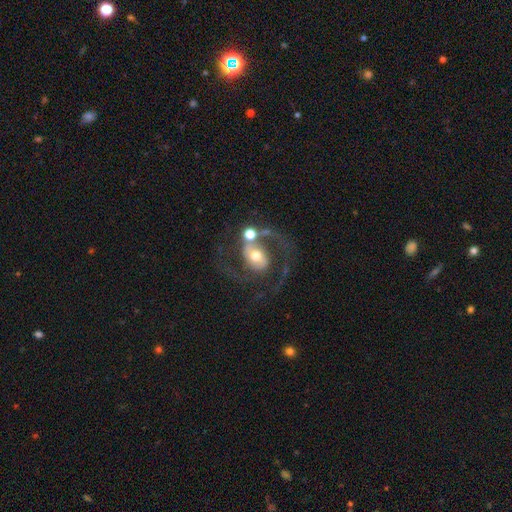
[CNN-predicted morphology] Q: Smooth or featured?
A: featured or disk (76%); runner-up: smooth (17%)
Q: Edge-on disk?
A: no (97%); runner-up: yes (3%)
Q: Bar?
A: no (49%); runner-up: weak (33%)
Q: Spiral arms?
A: yes (87%); runner-up: no (13%)
Q: Spiral winding?
A: medium (48%); runner-up: loose (39%)
Q: Spiral arm count?
A: 2 (84%); runner-up: 1 (7%)
Q: Bulge size?
A: moderate (66%); runner-up: small (18%)
Q: Merging?
A: none (43%); runner-up: merger (22%)